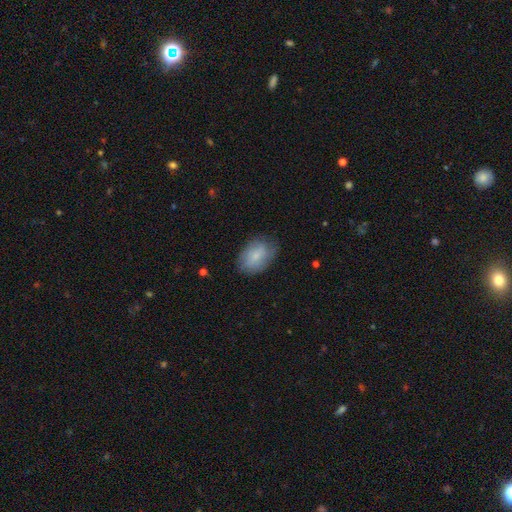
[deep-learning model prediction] smooth 74%, featured or disk 19%, star or artifact 7%. Down the decision tree: how rounded — in between (85%); merging — none (69%).